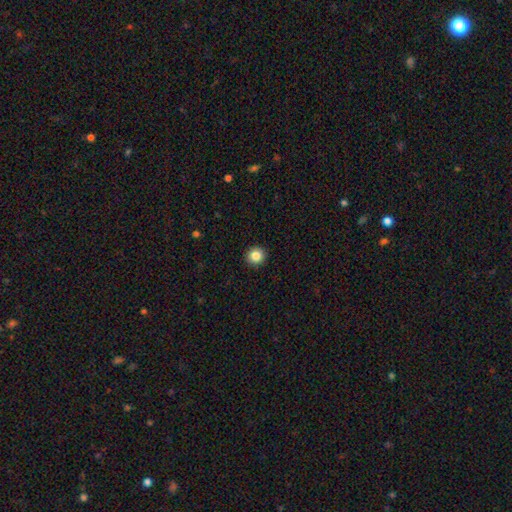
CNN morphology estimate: A smooth galaxy with no disk features (85%) that is round (91%). Merging: none (93%).